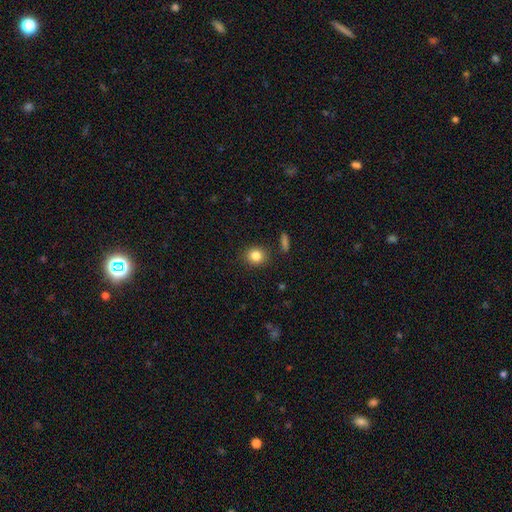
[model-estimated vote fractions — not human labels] This is clearly a smooth galaxy (84%). How rounded: clearly round (82%). Merging: clearly none (89%).